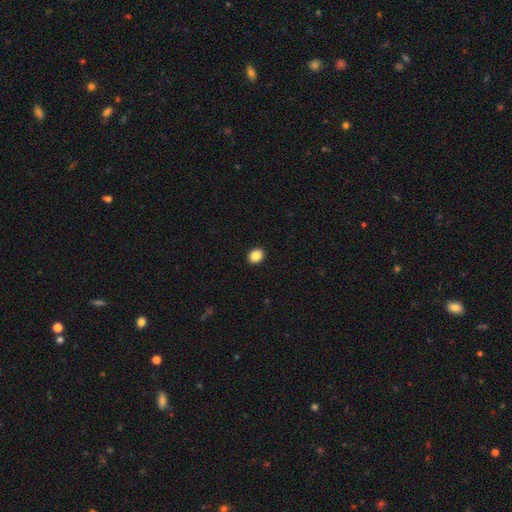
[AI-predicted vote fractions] A smooth galaxy with no disk features (88%) that is in between round and cigar-shaped (53%).

Vote fractions:
- Smooth or featured? smooth: 88% / star or artifact: 9% / featured or disk: 3%
- How rounded? in between: 53% / round: 46% / cigar-shaped: 1%
- Merging? none: 92% / minor disturbance: 6% / major disturbance: 2% / merger: 1%